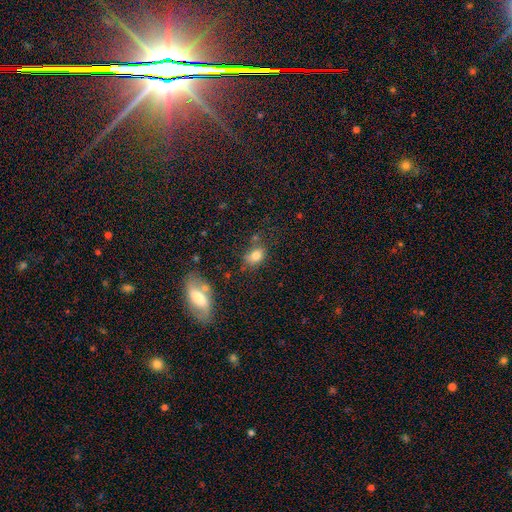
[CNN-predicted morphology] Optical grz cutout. It shows a smooth galaxy with no disk features (78%) that is in between round and cigar-shaped (70%). Merging: none (63%).